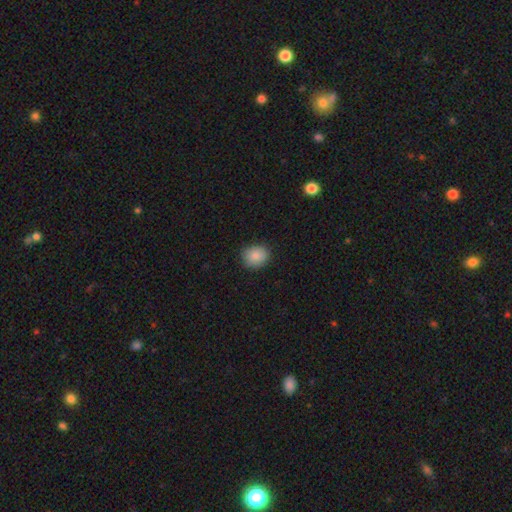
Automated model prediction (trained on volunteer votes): Smooth or featured?
  - smooth: 86% *
  - star or artifact: 9%
  - featured or disk: 5%
How rounded?
  - round: 66% *
  - in between: 33%
  - cigar-shaped: 1%
Merging?
  - none: 85% *
  - minor disturbance: 12%
  - major disturbance: 3%
  - merger: 1%